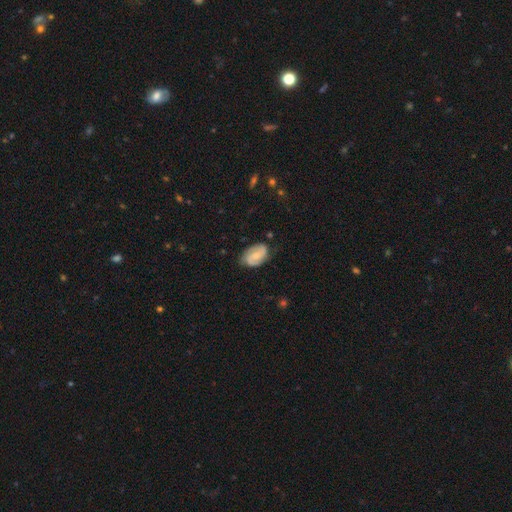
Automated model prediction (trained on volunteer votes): smooth_or_featured: featured or disk (p=0.68) [alt: smooth p=0.26]
disk_edge_on: no (p=0.97) [alt: yes p=0.03]
bar: weak (p=0.47) [alt: no p=0.41]
has_spiral_arms: yes (p=0.94) [alt: no p=0.06]
spiral_winding: medium (p=0.46) [alt: tight p=0.34]
spiral_arm_count: 2 (p=0.87) [alt: can't tell p=0.07]
bulge_size: small (p=0.47) [alt: moderate p=0.31]
merging: none (p=0.76) [alt: minor disturbance p=0.18]